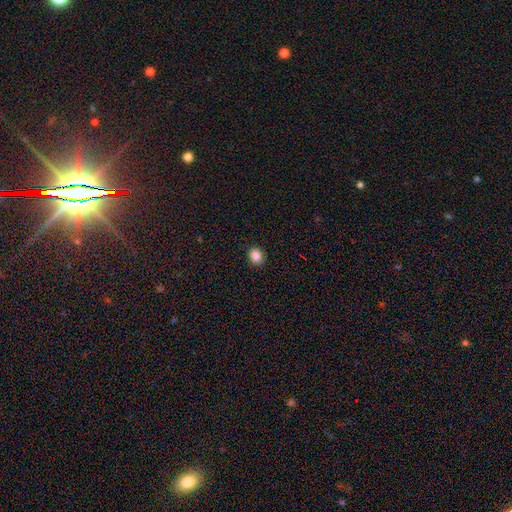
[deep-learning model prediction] smooth-or-featured: smooth: 86% | star or artifact: 10% | featured or disk: 4%
  how-rounded: round: 65% | in between: 34% | cigar-shaped: 1%
  merging: none: 90% | minor disturbance: 8% | major disturbance: 2% | merger: 1%